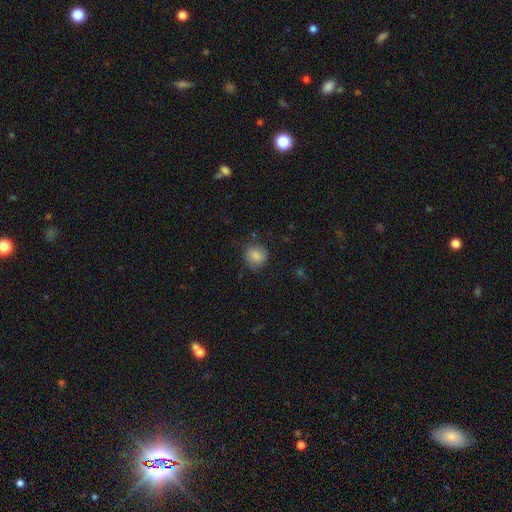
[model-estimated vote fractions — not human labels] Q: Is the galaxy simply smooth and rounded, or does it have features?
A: smooth — 83%.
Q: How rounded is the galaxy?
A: round — 83%.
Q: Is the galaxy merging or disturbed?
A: none — 72%.